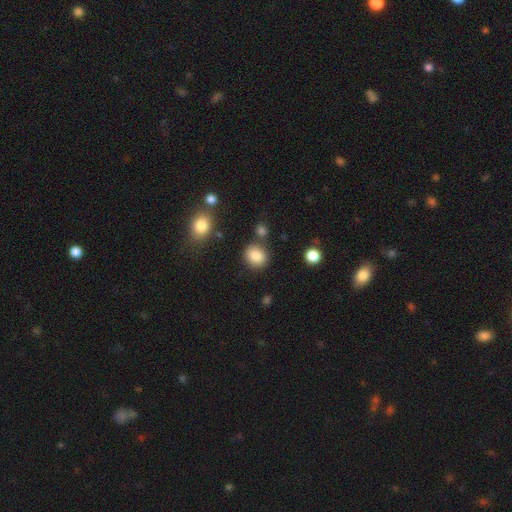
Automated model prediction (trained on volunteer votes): Smooth or featured? smooth (85%)
How rounded? round (72%)
Merging? none (78%)